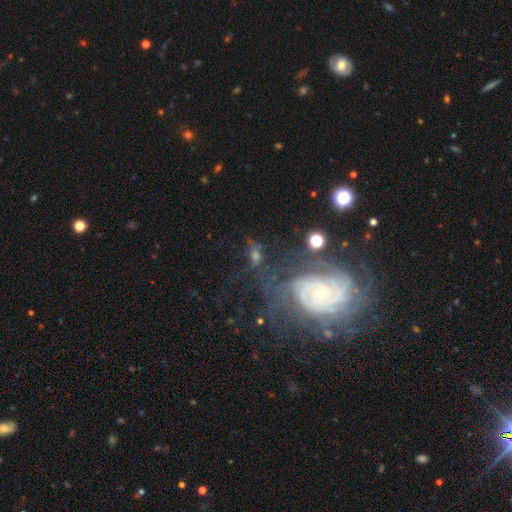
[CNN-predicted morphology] This appears to be a featured or disk galaxy (72%) with no bar (66%), tight (69%) spiral arms (93%) and a small central bulge (74%). Merging: none (56%).